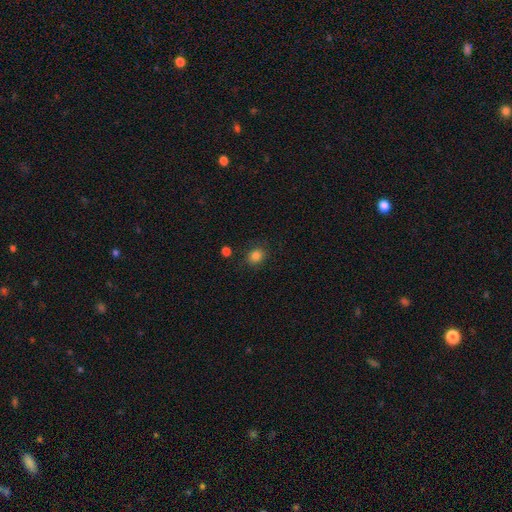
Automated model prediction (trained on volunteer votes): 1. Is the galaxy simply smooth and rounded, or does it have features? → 84% smooth, 12% star or artifact, 5% featured or disk.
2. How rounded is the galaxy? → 63% round, 36% in between, 1% cigar-shaped.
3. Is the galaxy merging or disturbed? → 84% none, 11% minor disturbance, 3% major disturbance, 2% merger.